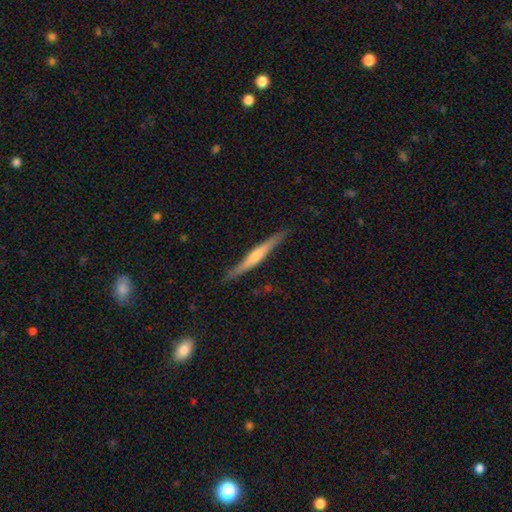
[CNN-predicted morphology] smooth_or_featured: featured or disk (p=0.71) [alt: smooth p=0.23]
disk_edge_on: yes (p=0.97) [alt: no p=0.03]
edge_on_bulge: rounded (p=0.70) [alt: none p=0.20]
merging: none (p=0.86) [alt: minor disturbance p=0.11]